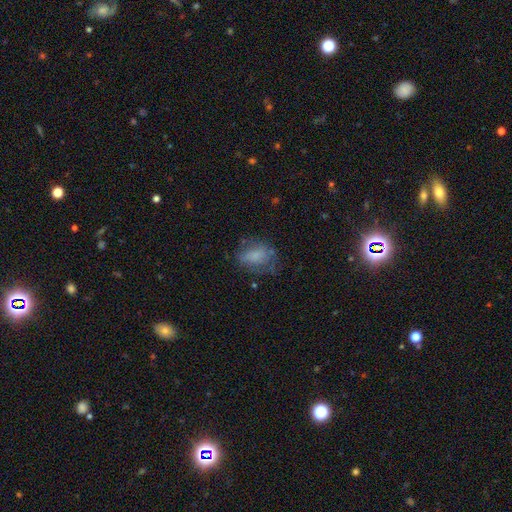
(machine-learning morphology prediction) smooth-or-featured: smooth: 61% | featured or disk: 28% | star or artifact: 11%
  how-rounded: in between: 78% | round: 20% | cigar-shaped: 2%
  merging: none: 50% | minor disturbance: 26% | major disturbance: 21% | merger: 2%